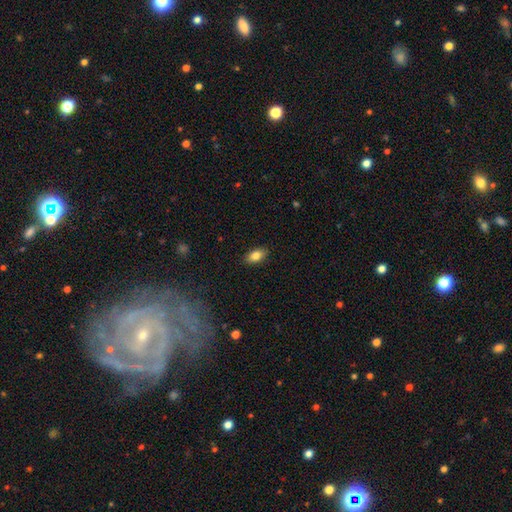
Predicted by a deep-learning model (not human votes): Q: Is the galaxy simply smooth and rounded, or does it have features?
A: smooth — 83%.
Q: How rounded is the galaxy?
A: in between — 90%.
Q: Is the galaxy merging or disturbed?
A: none — 88%.